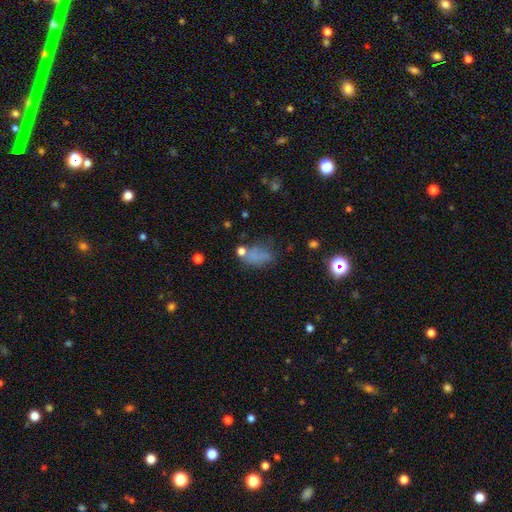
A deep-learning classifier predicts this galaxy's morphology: smooth_or_featured: smooth (p=0.65) [alt: star or artifact p=0.20]
how_rounded: in between (p=0.81) [alt: round p=0.14]
merging: none (p=0.46) [alt: minor disturbance p=0.25]